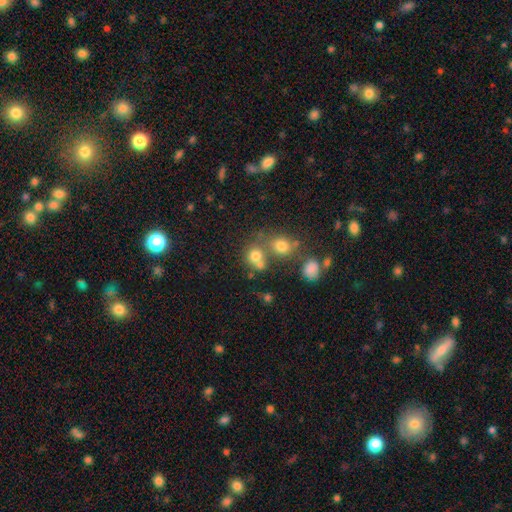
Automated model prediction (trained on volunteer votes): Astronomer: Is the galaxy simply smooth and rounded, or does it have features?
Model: smooth — 72%.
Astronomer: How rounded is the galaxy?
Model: round — 78%.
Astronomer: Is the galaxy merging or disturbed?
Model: none — 47% (runner-up: merger, 38%).